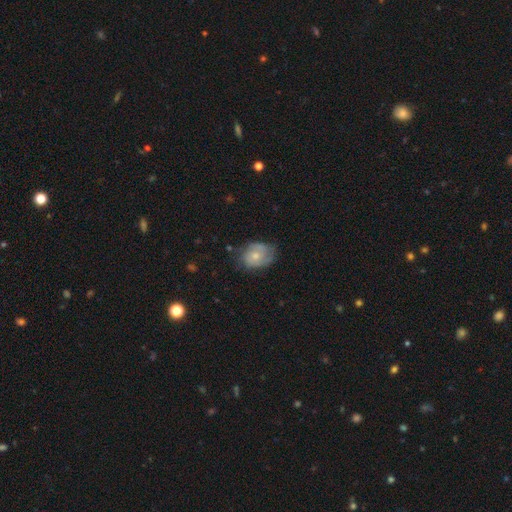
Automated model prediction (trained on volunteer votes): Q: Smooth or featured?
A: smooth (48%); runner-up: featured or disk (44%)
Q: Merging?
A: none (58%); runner-up: minor disturbance (30%)